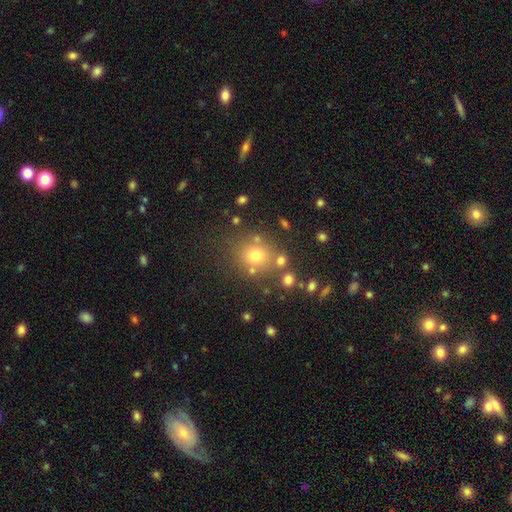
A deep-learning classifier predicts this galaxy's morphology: smooth_or_featured: smooth (p=0.70) [alt: star or artifact p=0.19]
how_rounded: round (p=0.83) [alt: in between p=0.16]
merging: none (p=0.74) [alt: merger p=0.11]